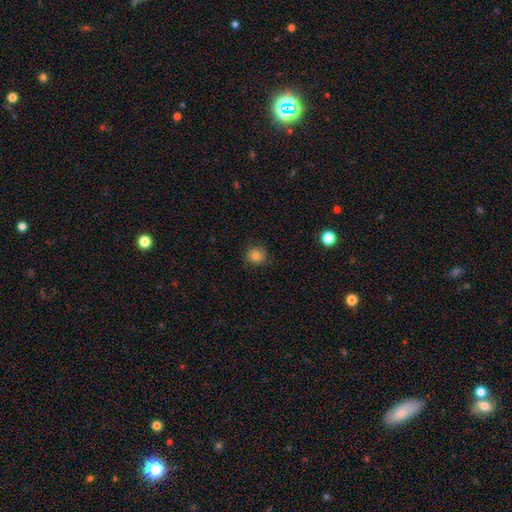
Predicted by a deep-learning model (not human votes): A smooth galaxy with no disk features (81%) that is round (88%). Merging: none (81%).